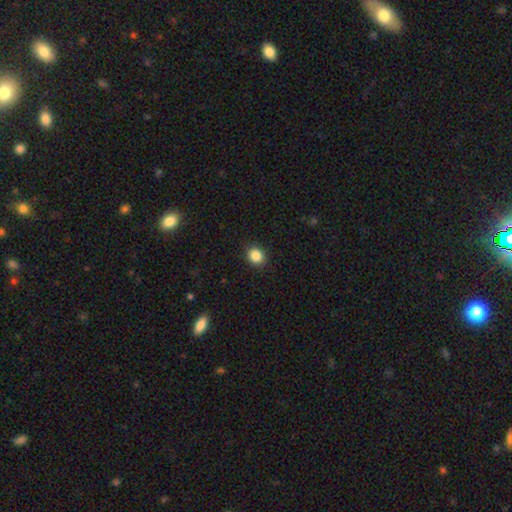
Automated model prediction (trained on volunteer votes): A smooth galaxy with no disk features (86%) that is round (68%).

Vote fractions:
- Smooth or featured? smooth: 86% / star or artifact: 10% / featured or disk: 4%
- How rounded? round: 68% / in between: 31% / cigar-shaped: 1%
- Merging? none: 91% / minor disturbance: 6% / major disturbance: 2% / merger: 1%